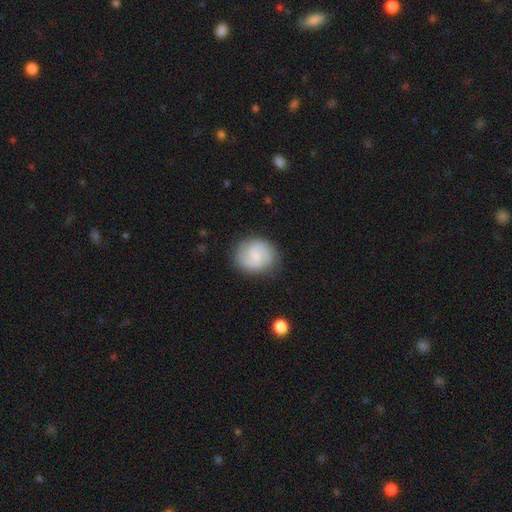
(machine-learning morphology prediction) Smooth or featured: featured or disk — 56% (smooth — 38%)
Edge-on disk: no — 98% (yes — 2%)
Bar: weak — 54% (no — 38%)
Spiral arms: yes — 90% (no — 10%)
Bulge size: small — 58% (moderate — 28%)
Merging: none — 83% (minor disturbance — 12%)